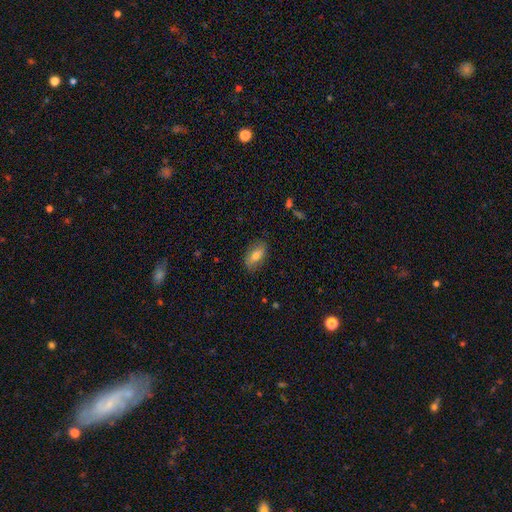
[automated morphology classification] A smooth galaxy with no disk features (73%) that is in between round and cigar-shaped (88%). Merging: none (83%).